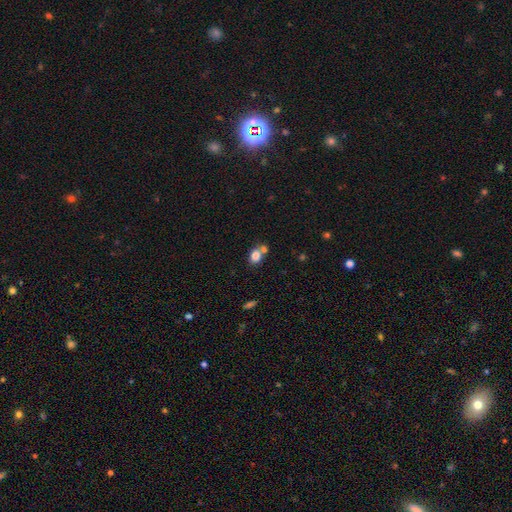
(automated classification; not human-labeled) Morphology: type=smooth (81%); roundness=in between (54%); merging=none (45%).